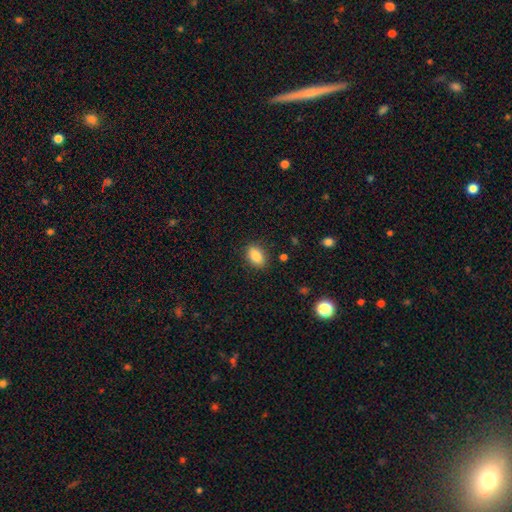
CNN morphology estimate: Smooth or featured? Predicted: smooth (p=0.87). How rounded? Predicted: in between (p=0.87). Merging? Predicted: none (p=0.86).